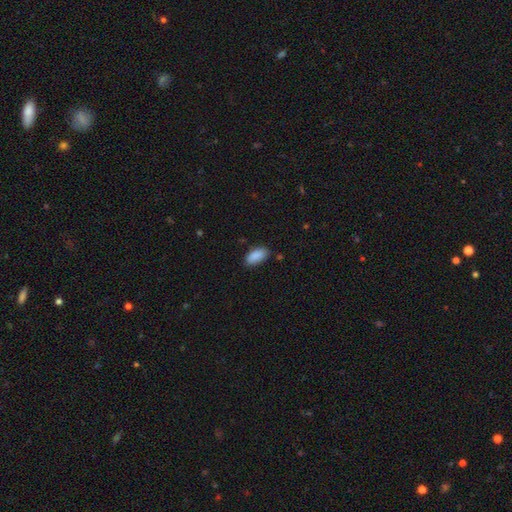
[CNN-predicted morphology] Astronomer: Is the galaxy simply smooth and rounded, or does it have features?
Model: smooth — 90%.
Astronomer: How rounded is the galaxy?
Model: in between — 92%.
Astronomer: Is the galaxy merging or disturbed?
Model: none — 84%.